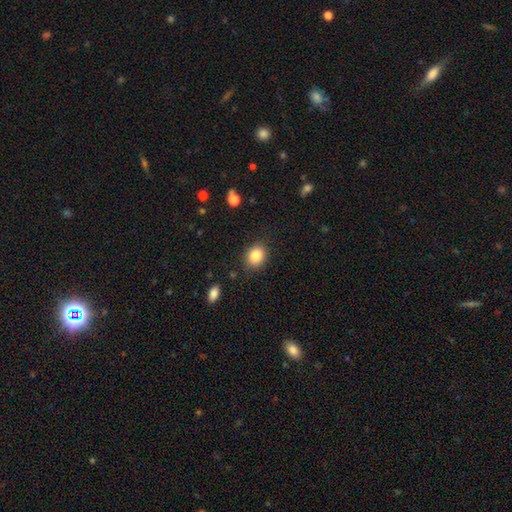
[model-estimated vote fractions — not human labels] Morphology: type=smooth (84%); roundness=round (61%); merging=none (85%).